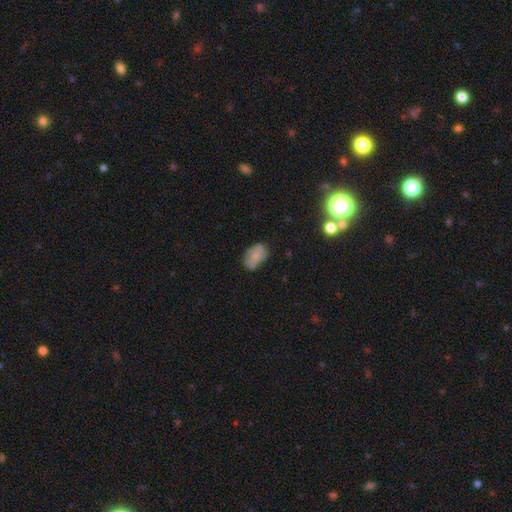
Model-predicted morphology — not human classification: Q: Smooth or featured?
A: smooth (64%); runner-up: featured or disk (26%)
Q: How rounded?
A: in between (87%); runner-up: round (11%)
Q: Merging?
A: none (50%); runner-up: minor disturbance (31%)